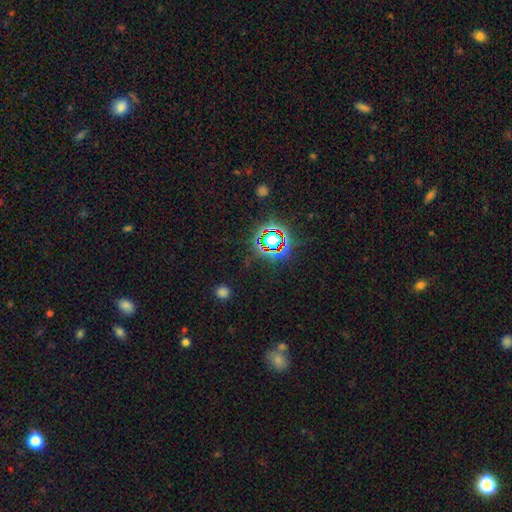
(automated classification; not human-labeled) smooth-or-featured: star or artifact: 76% | smooth: 15% | featured or disk: 9%